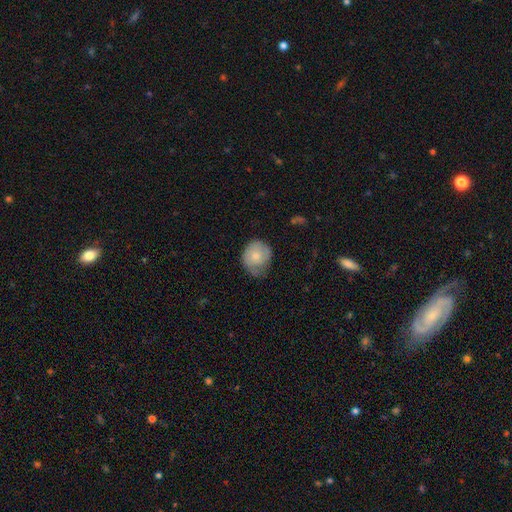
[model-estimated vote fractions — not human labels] smooth_or_featured: smooth (p=0.69) [alt: featured or disk p=0.24]
how_rounded: round (p=0.77) [alt: in between p=0.22]
merging: none (p=0.45) [alt: minor disturbance p=0.39]